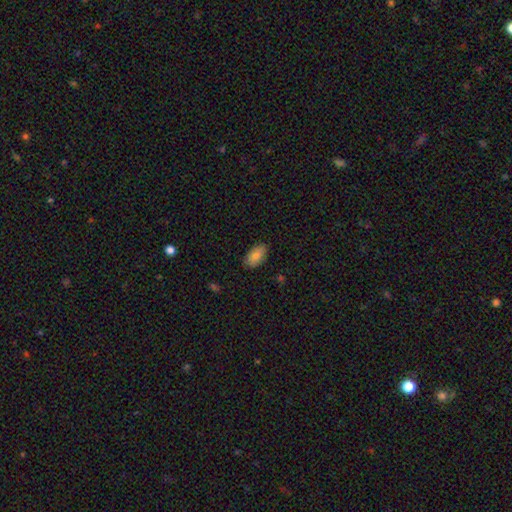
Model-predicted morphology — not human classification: Q: Smooth or featured?
A: smooth (82%); runner-up: featured or disk (11%)
Q: How rounded?
A: in between (94%); runner-up: round (4%)
Q: Merging?
A: none (86%); runner-up: minor disturbance (11%)